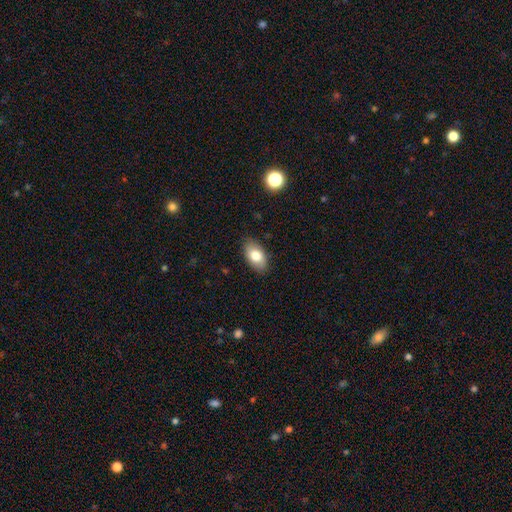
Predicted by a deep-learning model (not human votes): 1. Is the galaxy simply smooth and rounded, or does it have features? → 79% smooth, 14% featured or disk, 7% star or artifact.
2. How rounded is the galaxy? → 93% in between, 5% round, 2% cigar-shaped.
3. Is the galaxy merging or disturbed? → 86% none, 10% minor disturbance, 2% major disturbance, 1% merger.